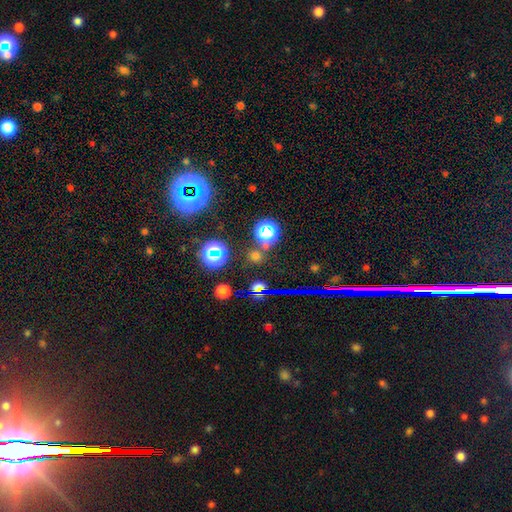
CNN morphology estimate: type=star or artifact (50%).